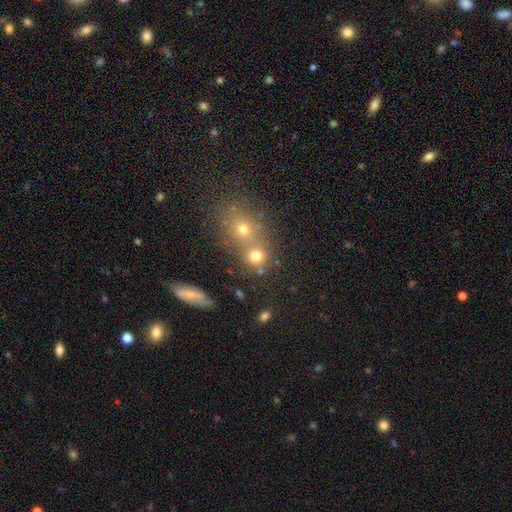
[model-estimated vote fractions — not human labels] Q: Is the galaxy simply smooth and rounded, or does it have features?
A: smooth — 70%.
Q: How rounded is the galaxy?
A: round — 78%.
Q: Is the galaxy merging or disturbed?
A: none — 45%.